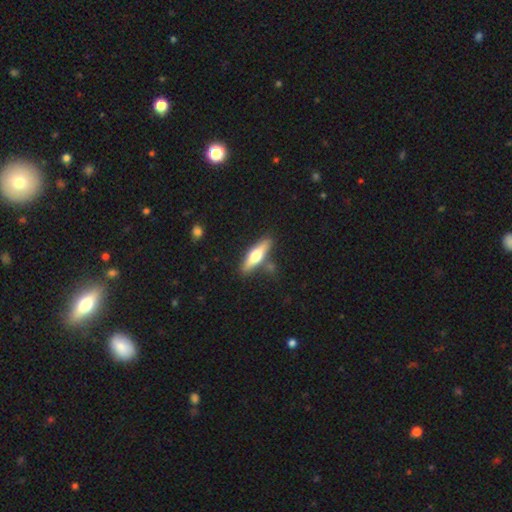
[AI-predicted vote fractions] A featured or disk galaxy (49%).

Vote fractions:
- Smooth or featured? featured or disk: 49% / smooth: 46% / star or artifact: 5%
- Merging? none: 81% / minor disturbance: 11% / merger: 5% / major disturbance: 3%